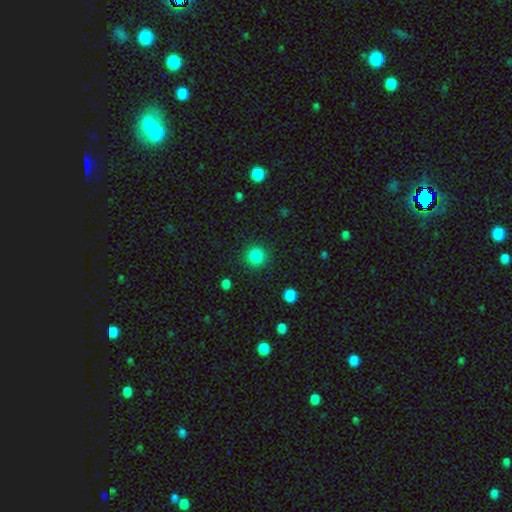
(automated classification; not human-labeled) Q: Smooth or featured?
A: smooth (85%); runner-up: star or artifact (11%)
Q: How rounded?
A: round (93%); runner-up: in between (6%)
Q: Merging?
A: none (90%); runner-up: minor disturbance (6%)